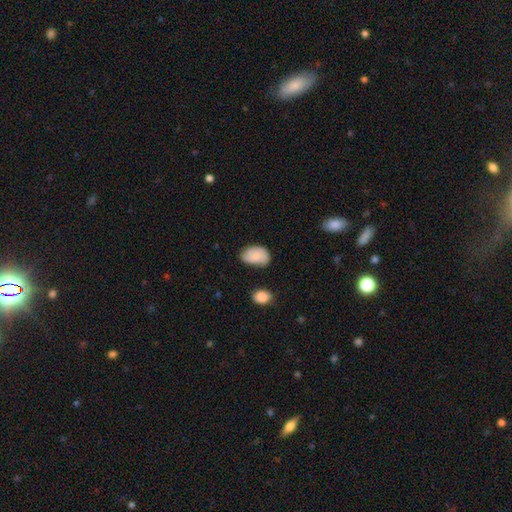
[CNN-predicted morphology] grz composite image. It shows a smooth galaxy with no disk features (78%) that is in between round and cigar-shaped (86%). Merging: none (58%).